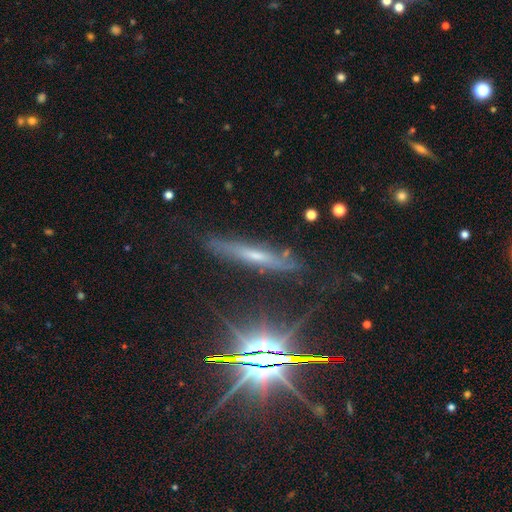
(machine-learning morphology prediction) type=featured or disk (55%); edge-on=yes (81%); merging=none (76%).